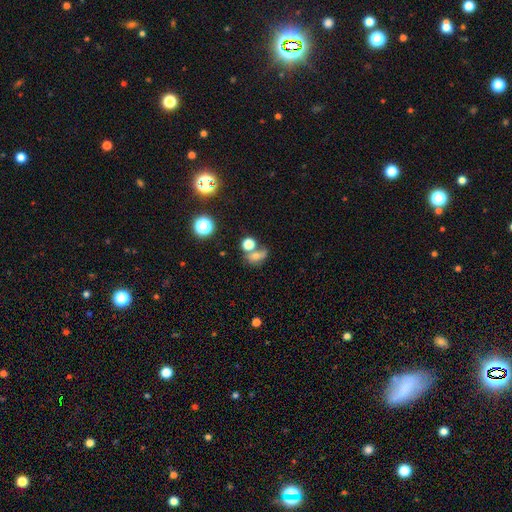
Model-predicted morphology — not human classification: Smooth or featured? Predicted: smooth (p=0.61). How rounded? Predicted: in between (p=0.53). Merging? Predicted: none (p=0.43).